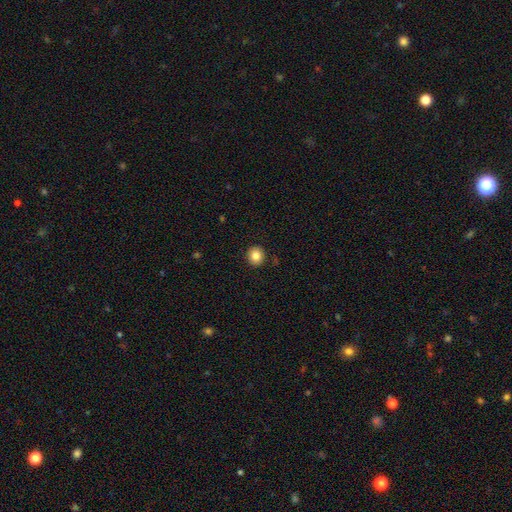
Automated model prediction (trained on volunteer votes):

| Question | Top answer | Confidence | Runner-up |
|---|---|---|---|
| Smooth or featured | smooth | 84% | star or artifact (10%) |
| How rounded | round | 85% | in between (15%) |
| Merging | none | 91% | minor disturbance (6%) |